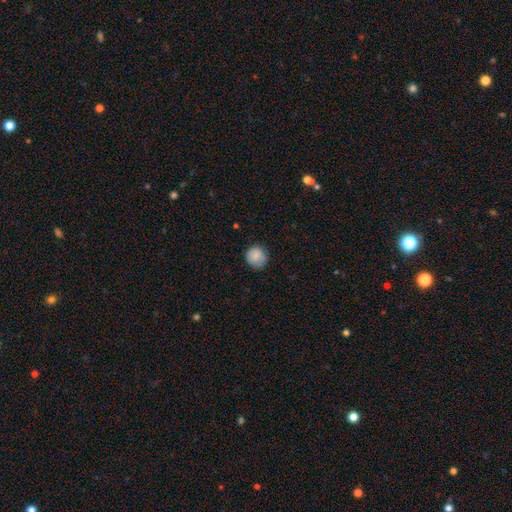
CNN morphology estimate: This appears to be a smooth galaxy with no disk features (87%) that is round (91%). Merging: none (81%).